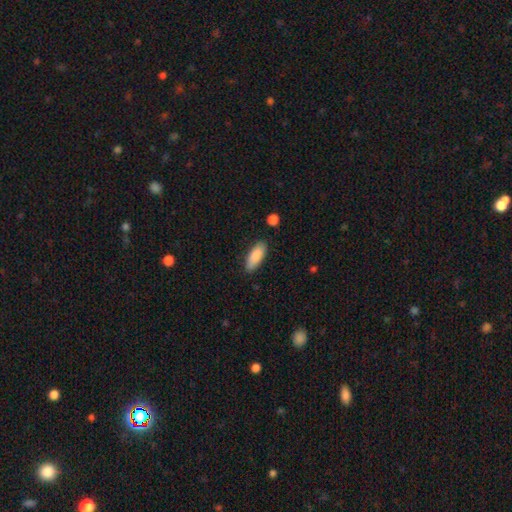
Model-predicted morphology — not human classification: Smooth or featured? smooth (88%)
How rounded? in between (79%)
Merging? none (84%)